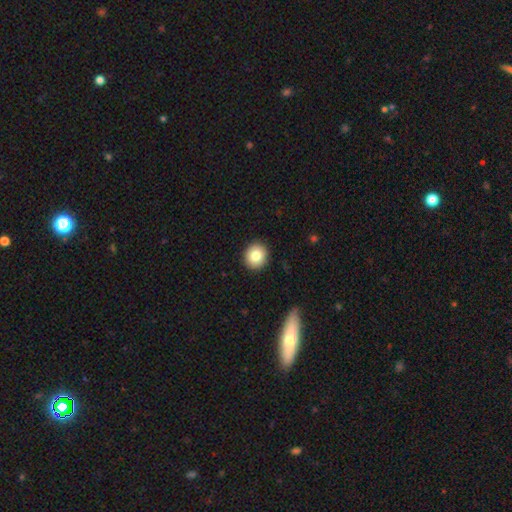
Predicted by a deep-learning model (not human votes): Smooth or featured? smooth (84%)
How rounded? round (83%)
Merging? none (91%)